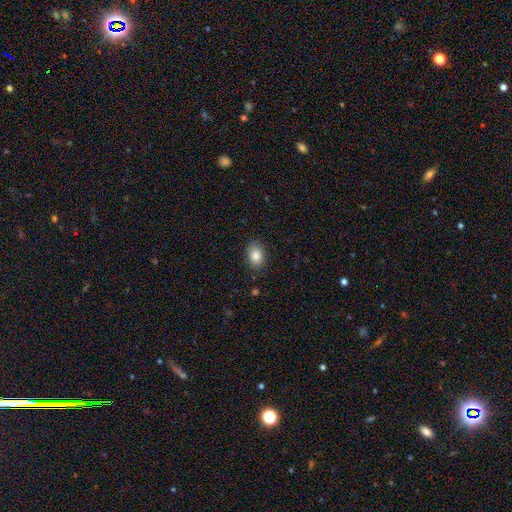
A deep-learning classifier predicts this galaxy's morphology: This is clearly a smooth galaxy (86%). How rounded: likely in between (78%). Merging: clearly none (87%).